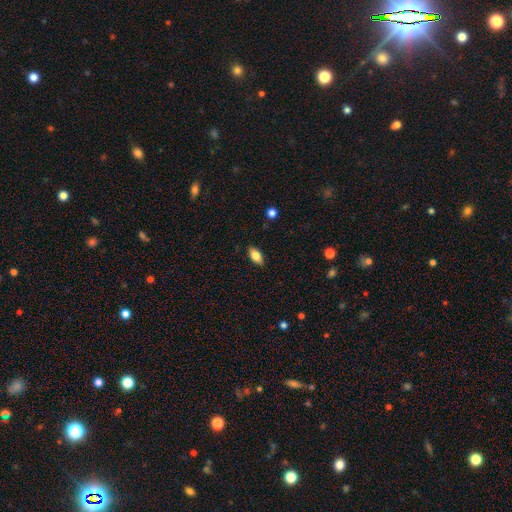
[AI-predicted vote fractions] Smooth or featured: smooth — 76% (featured or disk — 17%)
How rounded: in between — 88% (cigar-shaped — 9%)
Merging: none — 88% (minor disturbance — 9%)